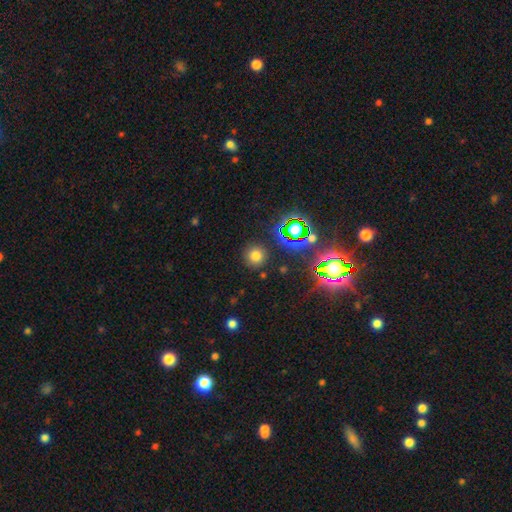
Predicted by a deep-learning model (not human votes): Q: Smooth or featured?
A: smooth (70%); runner-up: star or artifact (23%)
Q: How rounded?
A: round (94%); runner-up: in between (5%)
Q: Merging?
A: none (88%); runner-up: minor disturbance (7%)